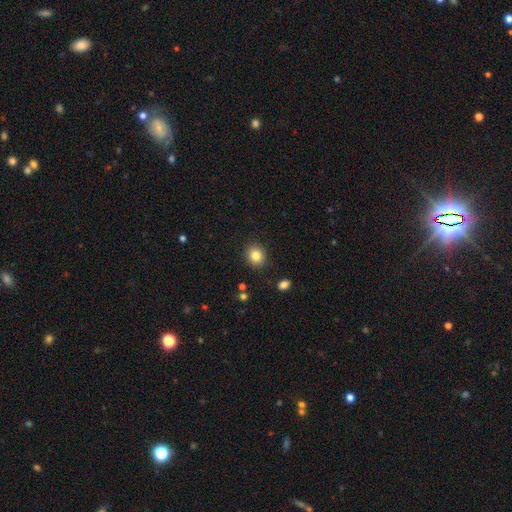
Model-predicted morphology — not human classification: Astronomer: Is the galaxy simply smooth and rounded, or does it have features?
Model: smooth — 83%.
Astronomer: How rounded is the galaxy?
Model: round — 76%.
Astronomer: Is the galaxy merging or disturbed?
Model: none — 89%.